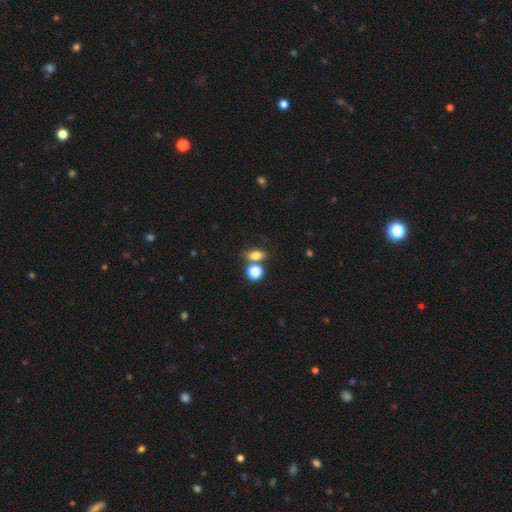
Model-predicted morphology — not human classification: type=smooth (75%); roundness=in between (69%); merging=none (62%).